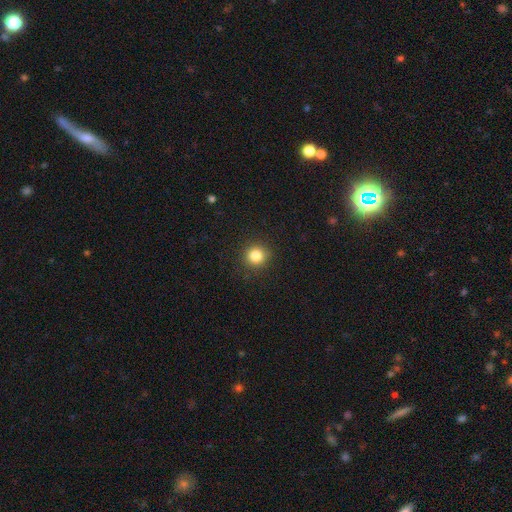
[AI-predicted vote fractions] A smooth galaxy with no disk features (84%) that is round (93%).

Vote fractions:
- Smooth or featured? smooth: 84% / star or artifact: 11% / featured or disk: 5%
- How rounded? round: 93% / in between: 6% / cigar-shaped: 1%
- Merging? none: 91% / minor disturbance: 6% / major disturbance: 2% / merger: 1%